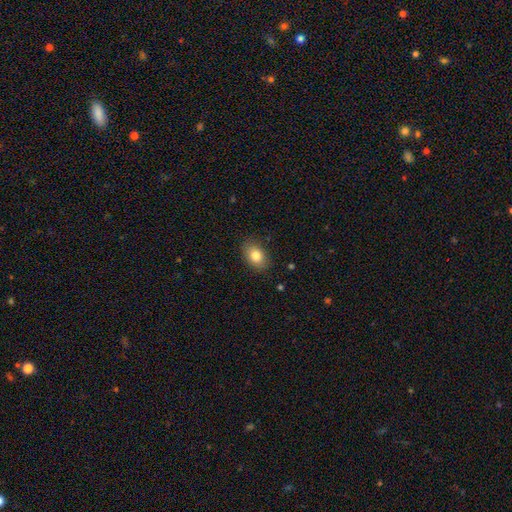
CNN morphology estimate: smooth 82%, featured or disk 10%, star or artifact 8%. Down the decision tree: how rounded — in between (79%); merging — none (86%).